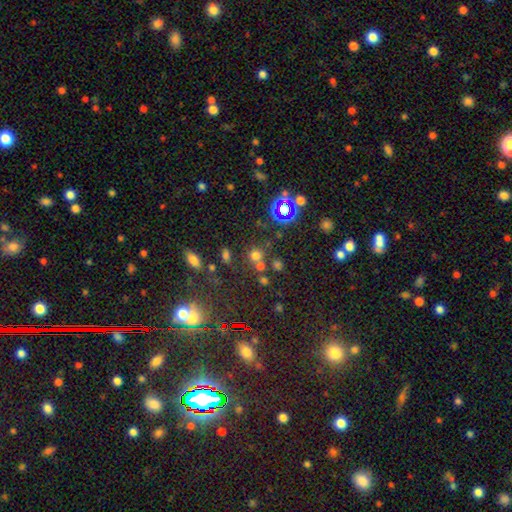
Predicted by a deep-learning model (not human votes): Smooth or featured?
  - smooth: 63% *
  - star or artifact: 28%
  - featured or disk: 9%
How rounded?
  - round: 83% *
  - in between: 16%
  - cigar-shaped: 1%
Merging?
  - none: 63% *
  - merger: 22%
  - minor disturbance: 10%
  - major disturbance: 5%